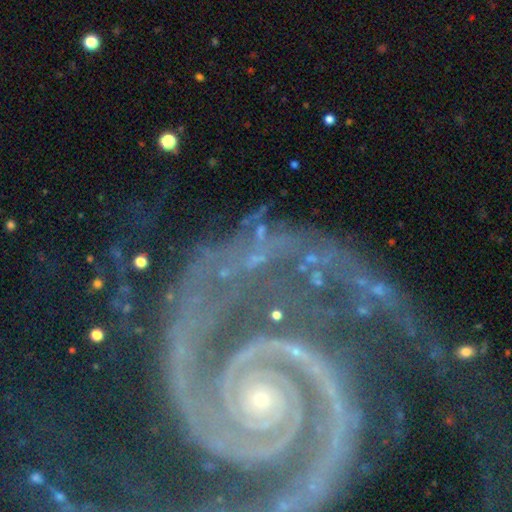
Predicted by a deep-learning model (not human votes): A featured or disk galaxy (83%) with no bar (55%), 2 (51%) tight (59%) spiral arms (96%) and a small central bulge (66%). Merging: none (62%).